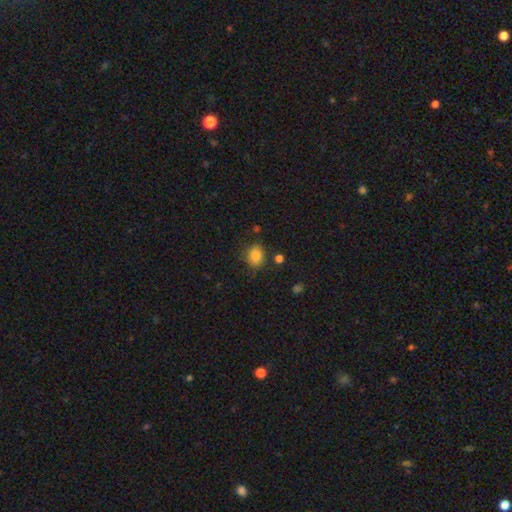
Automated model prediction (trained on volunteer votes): Overall: smooth (81%). How rounded: in between (52%; round 47%). Merging: none (72%).